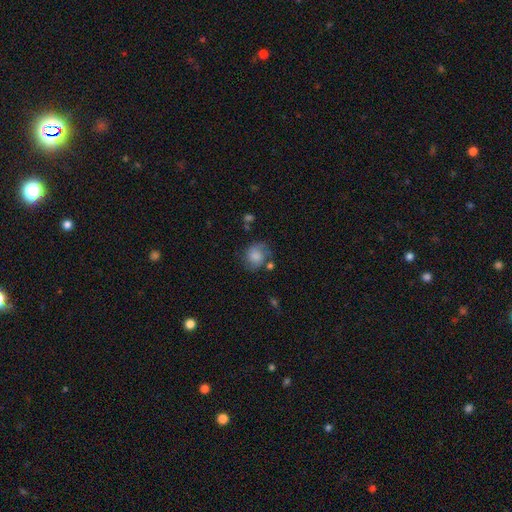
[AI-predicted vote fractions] The model was most divided on "merging": none: 55%, minor disturbance: 25%, major disturbance: 12%, merger: 7%. More confident: how rounded — round (73%); smooth or featured — smooth (69%).